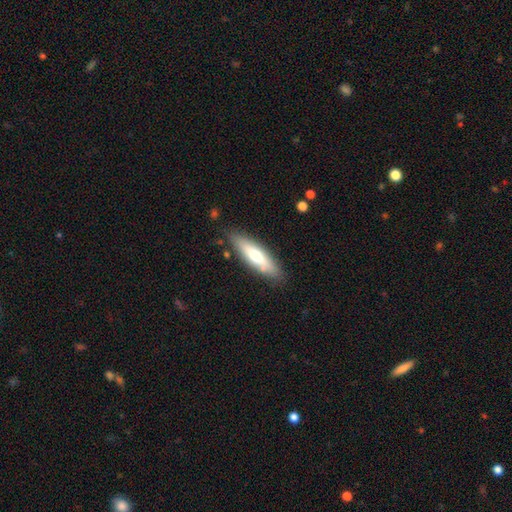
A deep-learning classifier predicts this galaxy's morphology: Smooth or featured? Predicted: smooth (p=0.60). How rounded? Predicted: cigar-shaped (p=0.60). Merging? Predicted: none (p=0.84).